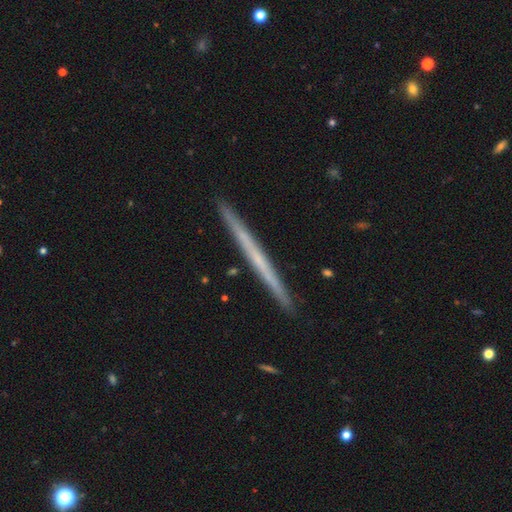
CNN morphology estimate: Overall: featured or disk (55%; smooth 39%). Edge-on disk: yes (98%). Edge-on bulge: none (91%). Merging: none (92%).